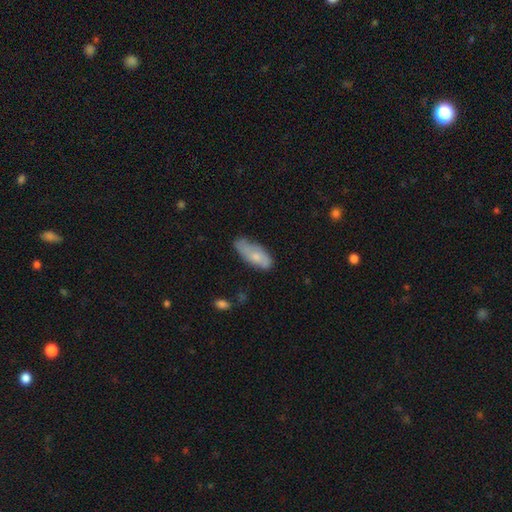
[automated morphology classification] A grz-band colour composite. It shows a smooth galaxy with no disk features (65%) that is in between round and cigar-shaped (77%). Merging: none (61%).